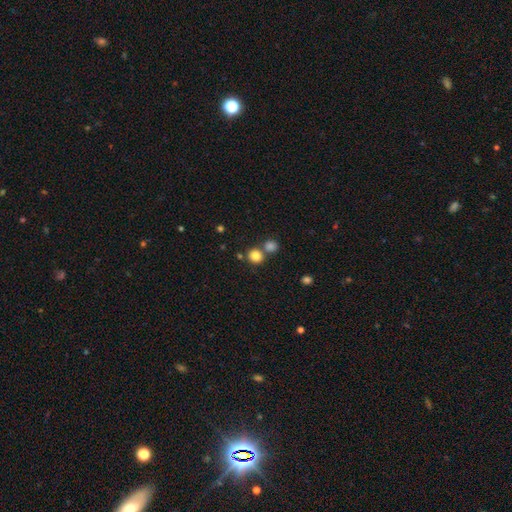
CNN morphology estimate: type=smooth (83%); roundness=round (86%); merging=none (66%).